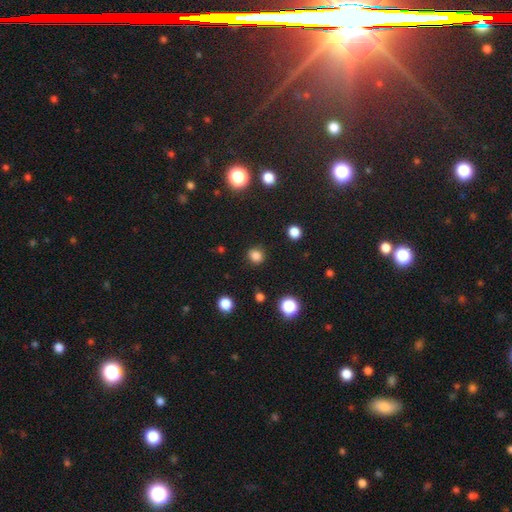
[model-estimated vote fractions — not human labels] Morphology: type=smooth (82%); roundness=round (84%); merging=none (89%).